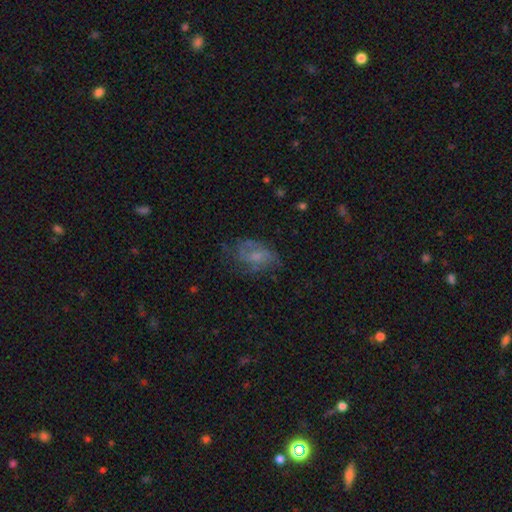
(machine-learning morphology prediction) smooth-or-featured: featured or disk: 47% | smooth: 41% | star or artifact: 12%
  merging: none: 52% | minor disturbance: 26% | major disturbance: 20% | merger: 2%